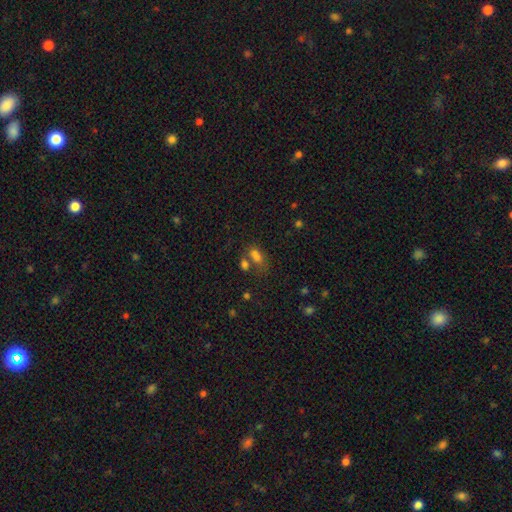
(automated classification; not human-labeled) Smooth or featured? Predicted: smooth (p=0.70). How rounded? Predicted: in between (p=0.78). Merging? Predicted: merger (p=0.47).